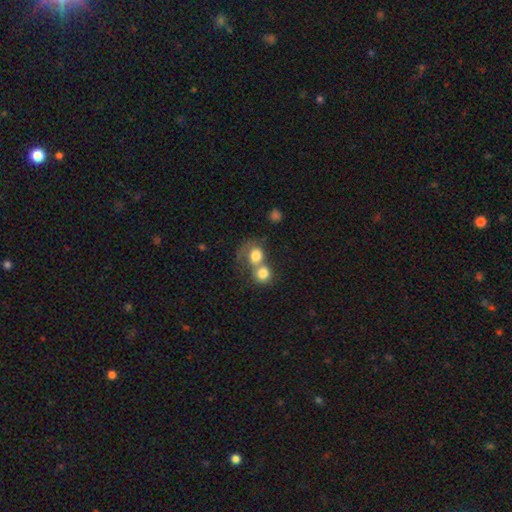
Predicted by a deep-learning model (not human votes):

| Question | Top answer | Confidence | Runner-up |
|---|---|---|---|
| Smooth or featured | smooth | 75% | featured or disk (16%) |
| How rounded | round | 73% | in between (26%) |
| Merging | merger | 66% | none (21%) |